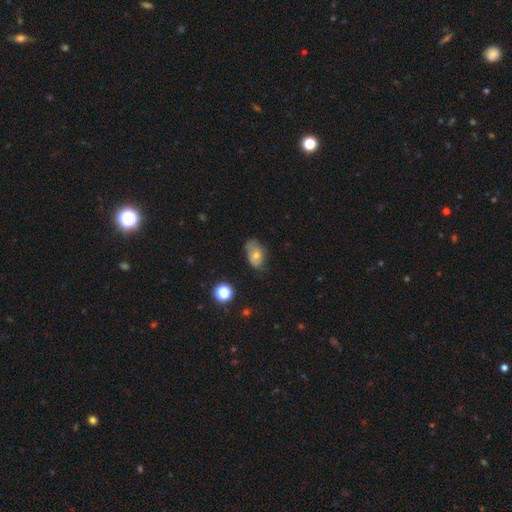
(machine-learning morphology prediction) This appears to be a smooth galaxy with no disk features (62%) that is in between round and cigar-shaped (85%). Merging: none (49%).